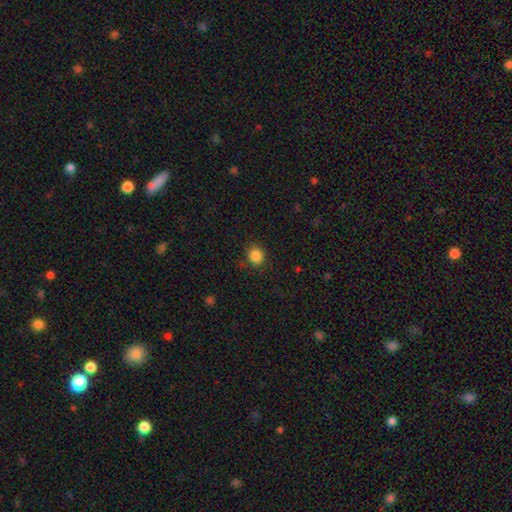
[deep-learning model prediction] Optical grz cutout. It shows a smooth galaxy with no disk features (85%) that is round (77%). Merging: none (85%).